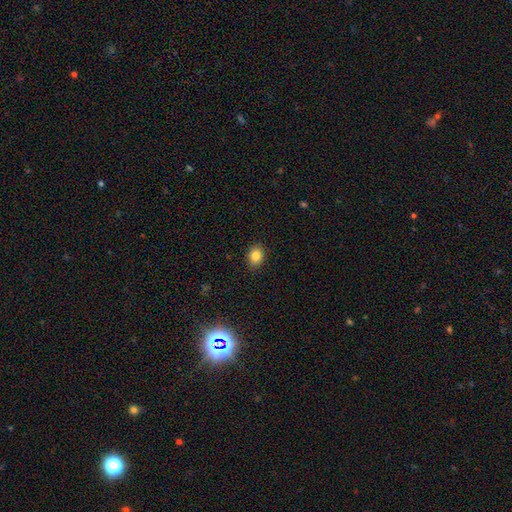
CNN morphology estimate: Q: Smooth or featured?
A: smooth (84%); runner-up: star or artifact (11%)
Q: How rounded?
A: in between (50%); runner-up: round (49%)
Q: Merging?
A: none (89%); runner-up: minor disturbance (8%)